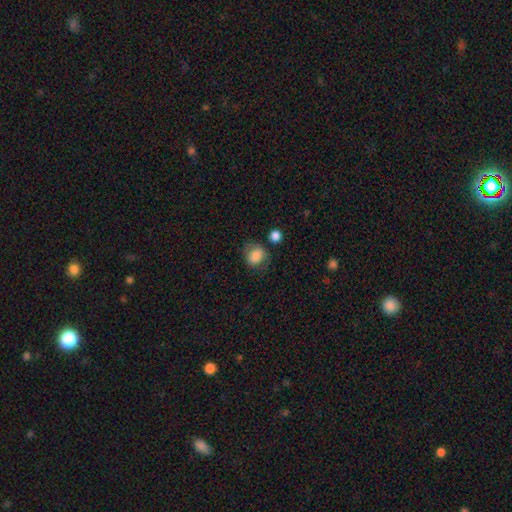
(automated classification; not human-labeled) The model was most divided on "how rounded": round: 59%, in between: 40%, cigar-shaped: 1%. More confident: smooth or featured — smooth (80%); merging — none (63%).